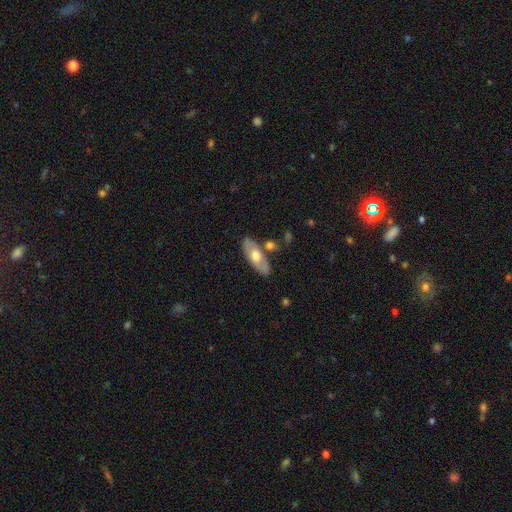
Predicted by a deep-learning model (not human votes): Morphology: type=smooth (52%); roundness=in between (78%); merging=none (77%).